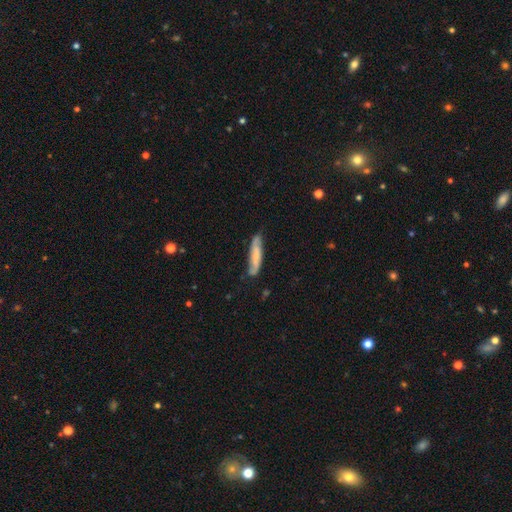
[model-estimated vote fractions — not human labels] This appears to be a smooth galaxy with no disk features (54%) that is cigar-shaped (82%). Merging: none (70%).